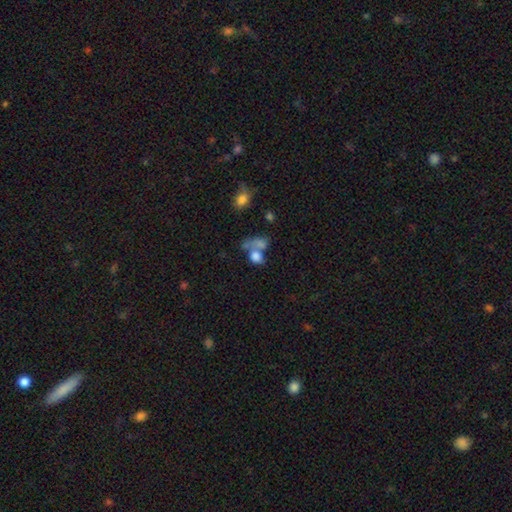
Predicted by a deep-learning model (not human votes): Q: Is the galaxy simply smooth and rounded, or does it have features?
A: smooth — 74%.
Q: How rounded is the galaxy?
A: in between — 58%.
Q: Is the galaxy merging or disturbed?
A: merger — 51%.